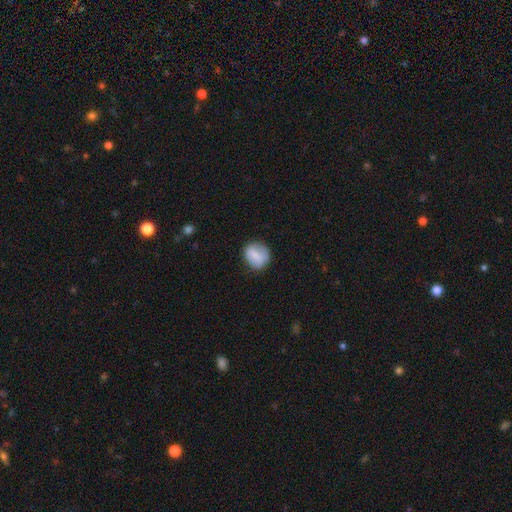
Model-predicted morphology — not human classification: A smooth galaxy with no disk features (72%) that is round (71%).

Vote fractions:
- Smooth or featured? smooth: 72% / featured or disk: 20% / star or artifact: 8%
- How rounded? round: 71% / in between: 27% / cigar-shaped: 1%
- Merging? none: 75% / minor disturbance: 18% / major disturbance: 5% / merger: 2%